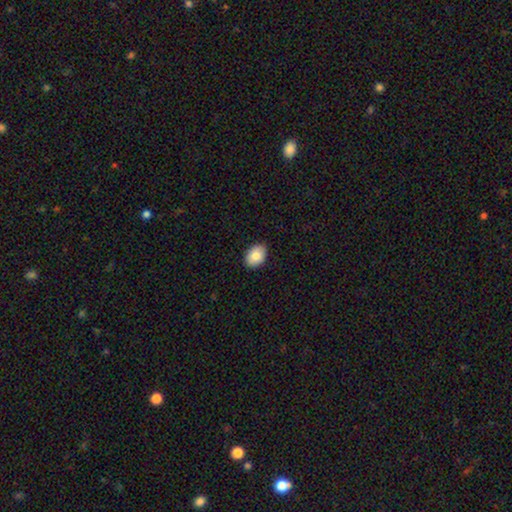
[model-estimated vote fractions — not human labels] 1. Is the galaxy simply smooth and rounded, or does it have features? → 85% smooth, 8% featured or disk, 7% star or artifact.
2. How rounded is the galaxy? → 79% in between, 20% round, 1% cigar-shaped.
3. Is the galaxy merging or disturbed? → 89% none, 9% minor disturbance, 2% major disturbance, 1% merger.